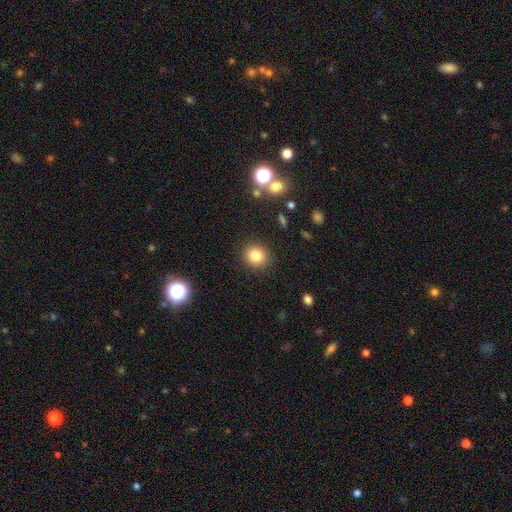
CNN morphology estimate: Smooth or featured: smooth — 81% (star or artifact — 12%)
How rounded: round — 83% (in between — 16%)
Merging: none — 89% (minor disturbance — 7%)